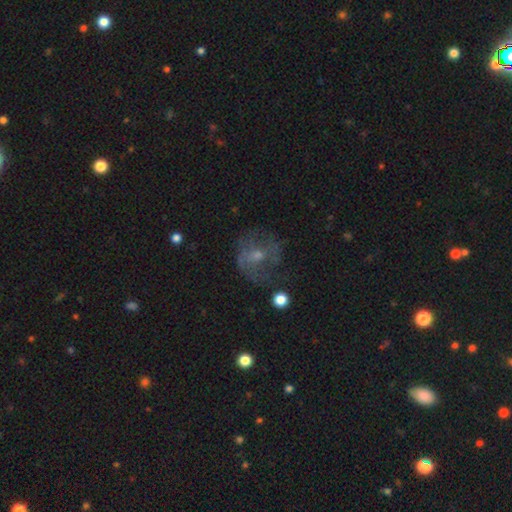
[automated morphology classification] This appears to be a featured or disk galaxy (52%). Merging: none (49%).